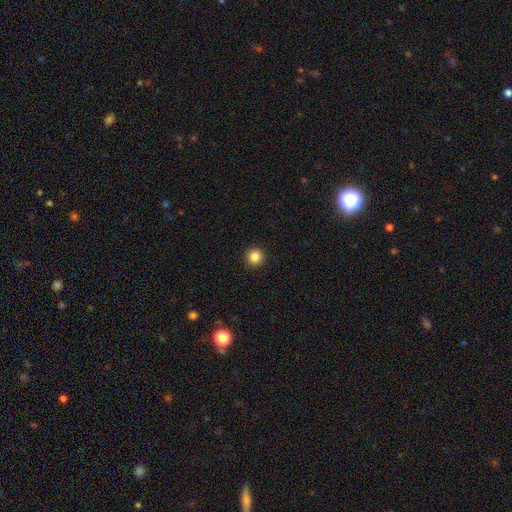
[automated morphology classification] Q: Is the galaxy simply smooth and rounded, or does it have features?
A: smooth — 85%.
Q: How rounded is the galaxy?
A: round — 96%.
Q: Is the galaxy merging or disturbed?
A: none — 93%.